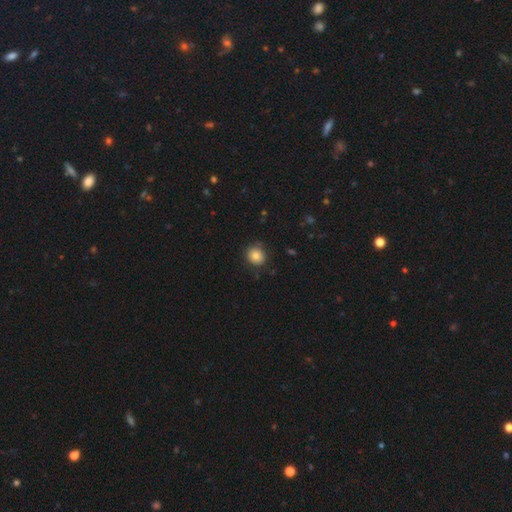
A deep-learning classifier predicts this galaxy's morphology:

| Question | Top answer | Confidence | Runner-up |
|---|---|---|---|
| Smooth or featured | smooth | 82% | star or artifact (10%) |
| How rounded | round | 81% | in between (18%) |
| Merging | none | 85% | minor disturbance (11%) |